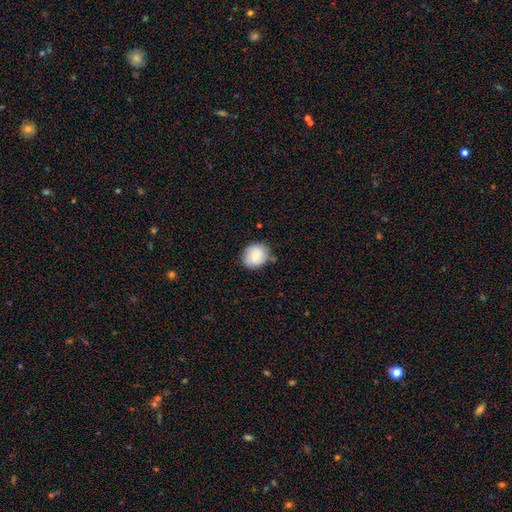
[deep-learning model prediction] smooth-or-featured: smooth: 78% | featured or disk: 14% | star or artifact: 8%
  how-rounded: round: 77% | in between: 23% | cigar-shaped: 1%
  merging: none: 76% | minor disturbance: 18% | major disturbance: 3% | merger: 3%